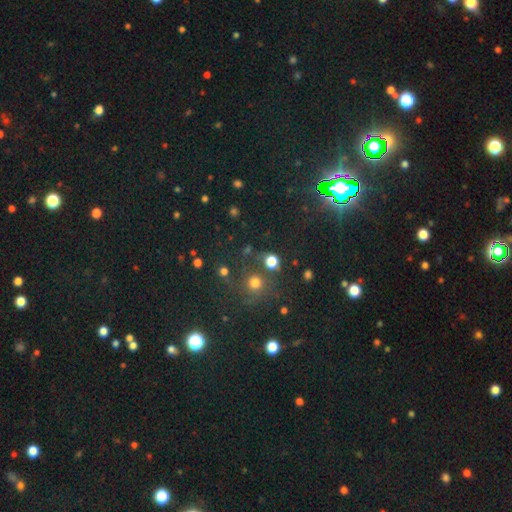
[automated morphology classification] A star or artifact, not a galaxy (73%).